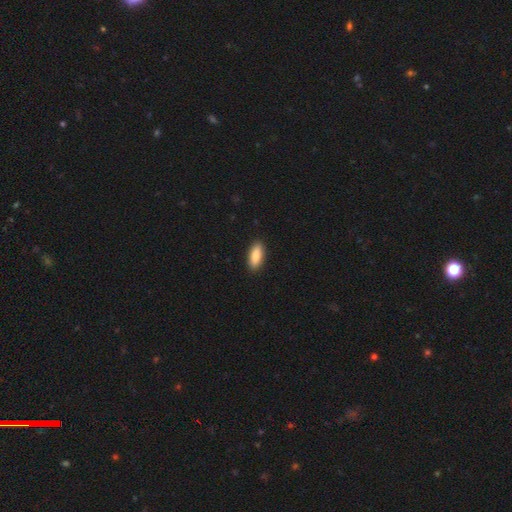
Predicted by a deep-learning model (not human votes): Q: Smooth or featured?
A: smooth (85%); runner-up: featured or disk (9%)
Q: How rounded?
A: in between (75%); runner-up: cigar-shaped (23%)
Q: Merging?
A: none (91%); runner-up: minor disturbance (7%)